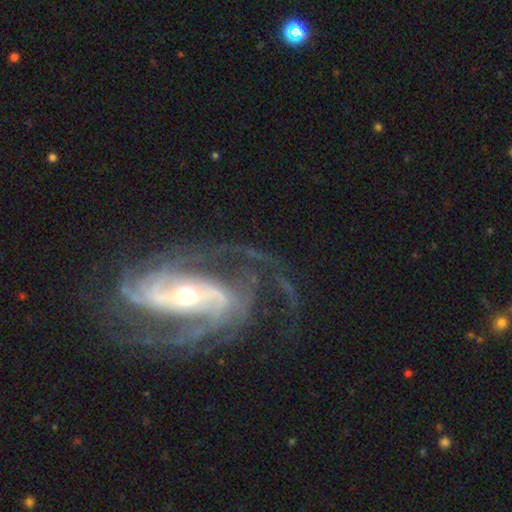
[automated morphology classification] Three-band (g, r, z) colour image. It shows a featured or disk galaxy (91%) with a strong bar (45%), 2 (42%) medium (48%) spiral arms (98%) and a moderate central bulge (53%). Merging: none (64%).